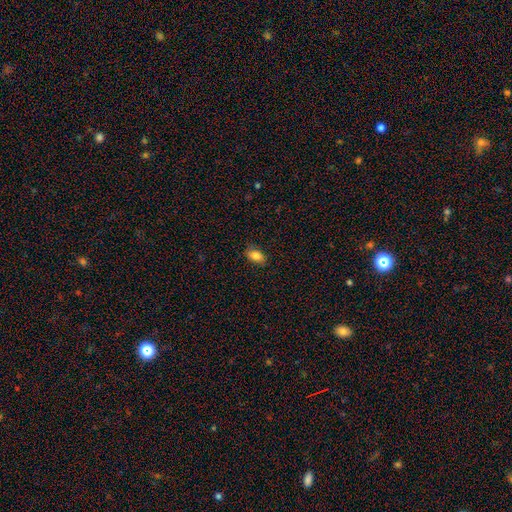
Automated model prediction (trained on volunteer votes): Overall: smooth (84%). How rounded: in between (86%). Merging: none (83%).